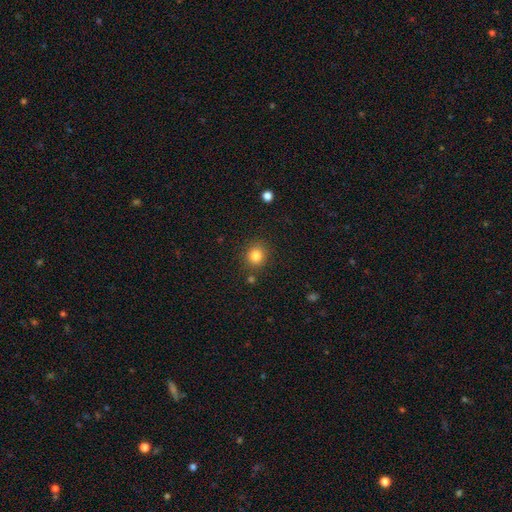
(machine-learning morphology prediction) Overall: smooth (83%). How rounded: round (82%). Merging: none (85%).